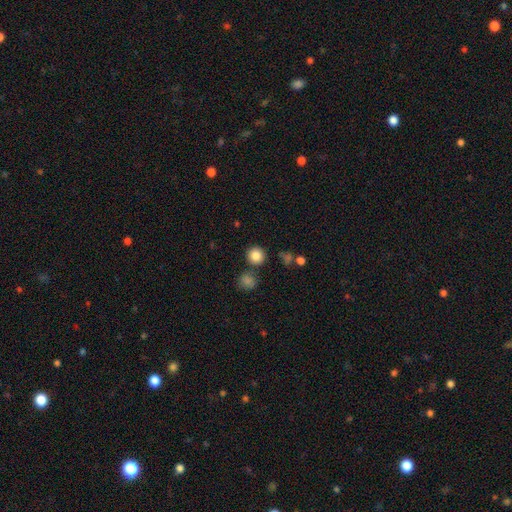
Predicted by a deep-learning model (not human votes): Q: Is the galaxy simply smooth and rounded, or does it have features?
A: smooth — 84%.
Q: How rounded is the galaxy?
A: round — 92%.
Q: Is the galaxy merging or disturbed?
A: none — 82%.